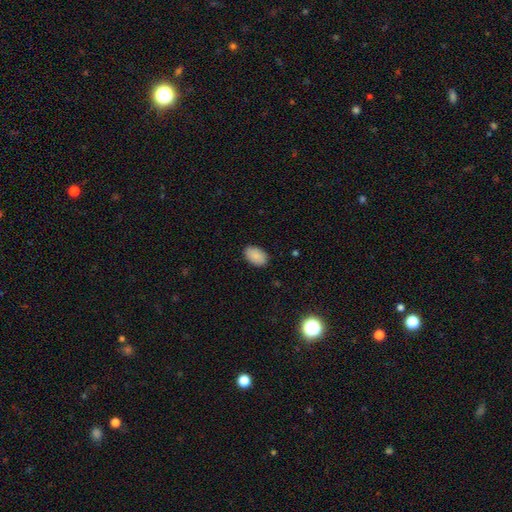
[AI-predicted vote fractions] smooth 88%, star or artifact 7%, featured or disk 5%. Down the decision tree: how rounded — in between (91%); merging — none (88%).